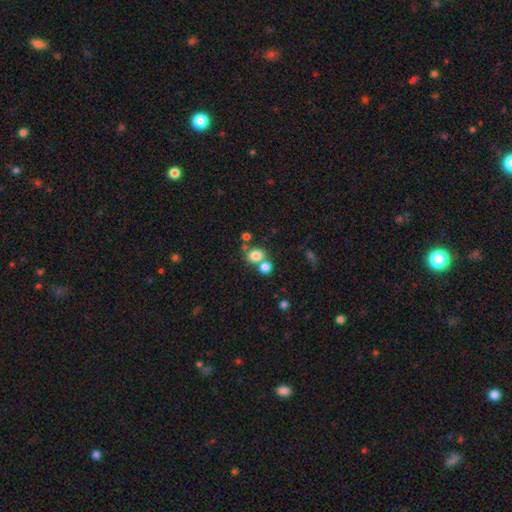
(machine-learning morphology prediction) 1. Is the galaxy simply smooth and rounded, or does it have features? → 80% smooth, 12% star or artifact, 8% featured or disk.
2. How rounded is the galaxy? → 59% round, 40% in between, 1% cigar-shaped.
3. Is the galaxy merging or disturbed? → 52% none, 35% merger, 9% minor disturbance, 4% major disturbance.